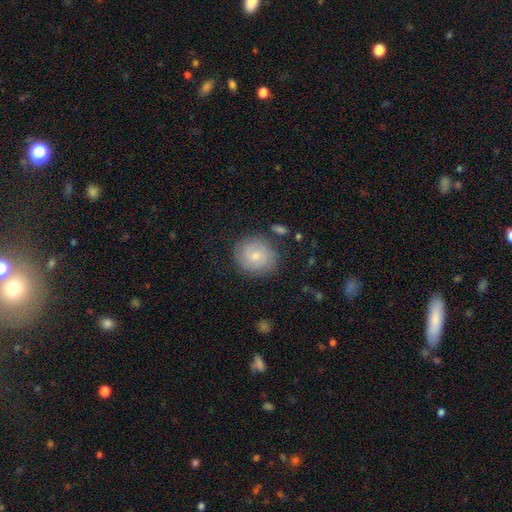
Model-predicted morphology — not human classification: Smooth or featured?
  - smooth: 50% *
  - featured or disk: 42%
  - star or artifact: 8%
Merging?
  - none: 81% *
  - minor disturbance: 13%
  - major disturbance: 4%
  - merger: 2%